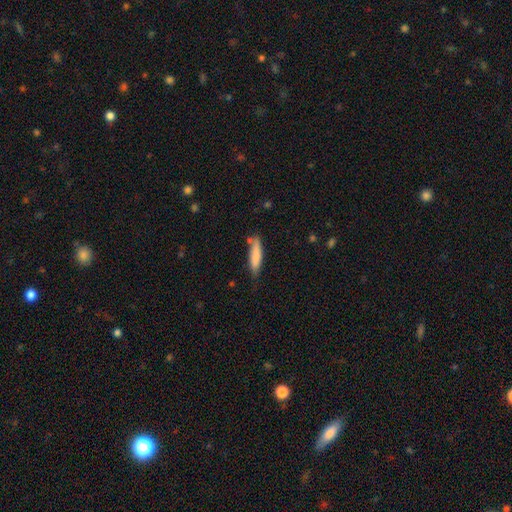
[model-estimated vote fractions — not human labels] Smooth or featured? smooth (80%)
How rounded? cigar-shaped (77%)
Merging? none (69%)